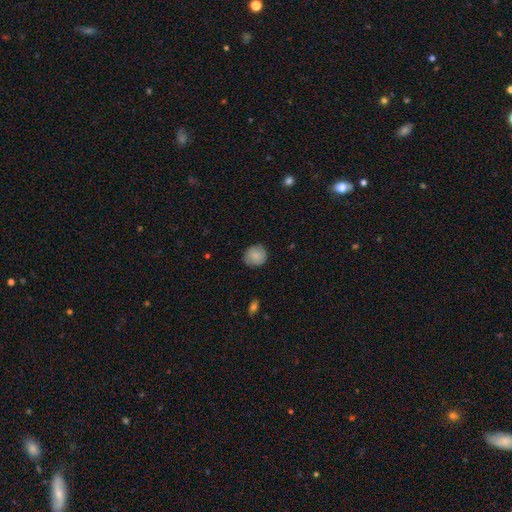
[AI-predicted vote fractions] A smooth galaxy with no disk features (82%) that is round (88%). Merging: none (84%).